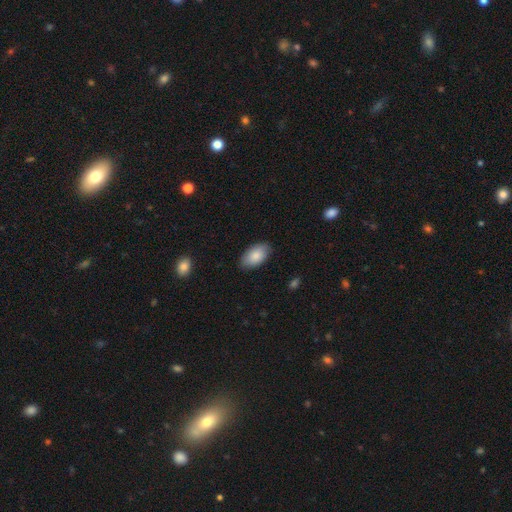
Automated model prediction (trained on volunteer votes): Smooth or featured? smooth (86%)
How rounded? in between (95%)
Merging? none (84%)